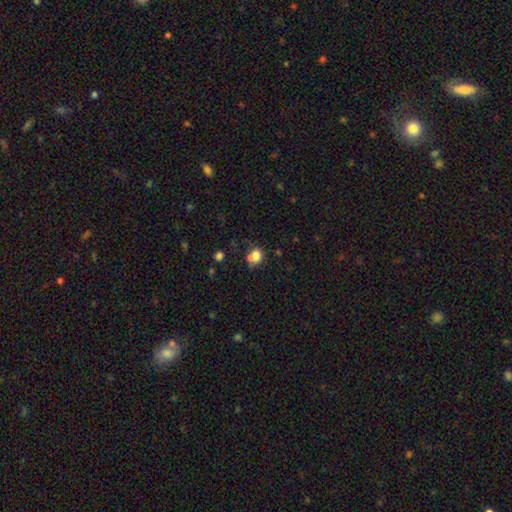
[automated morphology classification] Smooth or featured? smooth (75%)
How rounded? round (65%)
Merging? none (40%)